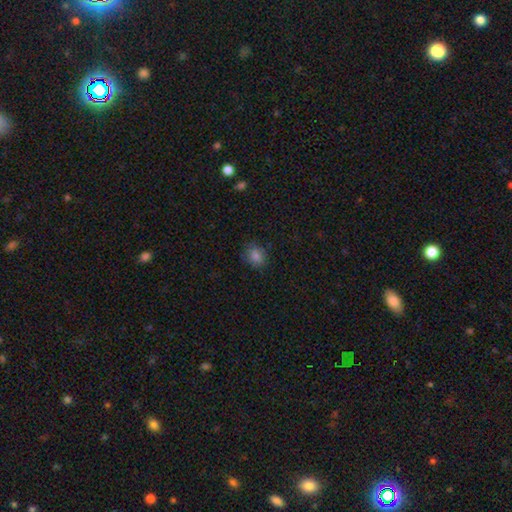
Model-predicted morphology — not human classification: A smooth galaxy with no disk features (81%) that is round (58%).

Vote fractions:
- Smooth or featured? smooth: 81% / star or artifact: 13% / featured or disk: 6%
- How rounded? round: 58% / in between: 41% / cigar-shaped: 1%
- Merging? none: 82% / minor disturbance: 13% / major disturbance: 3% / merger: 1%